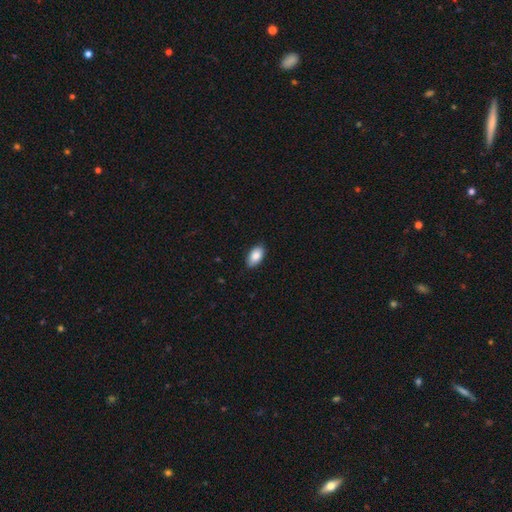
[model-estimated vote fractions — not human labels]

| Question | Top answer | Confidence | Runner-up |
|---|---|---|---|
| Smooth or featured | smooth | 87% | featured or disk (7%) |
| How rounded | in between | 94% | round (4%) |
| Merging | none | 86% | minor disturbance (11%) |